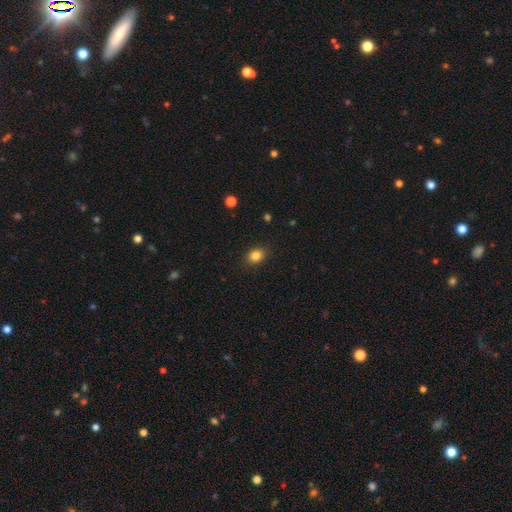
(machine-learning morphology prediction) Smooth or featured: smooth — 84% (star or artifact — 11%)
How rounded: in between — 57% (round — 42%)
Merging: none — 88% (minor disturbance — 9%)